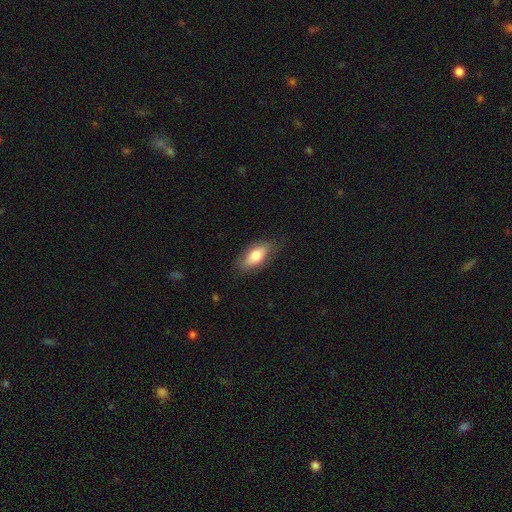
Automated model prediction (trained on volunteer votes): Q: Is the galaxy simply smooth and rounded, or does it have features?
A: smooth — 74%.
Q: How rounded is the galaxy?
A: in between — 87%.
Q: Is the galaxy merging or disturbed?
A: none — 79%.